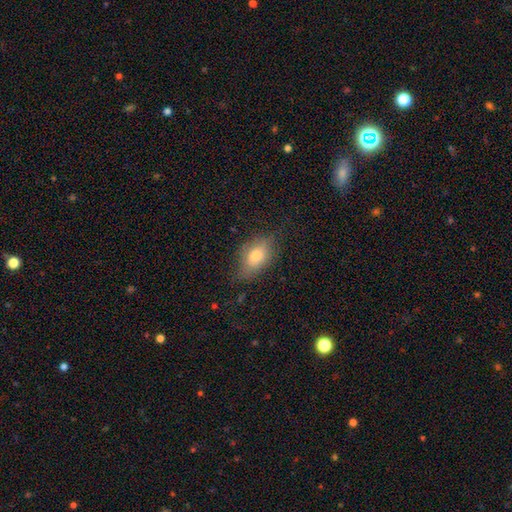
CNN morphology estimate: Overall: smooth (74%). How rounded: in between (85%). Merging: none (67%).